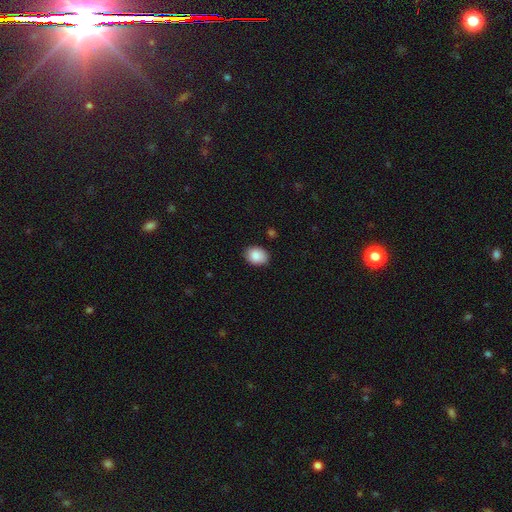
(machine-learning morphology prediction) Overall: smooth (88%). How rounded: in between (68%; round 31%). Merging: none (86%).